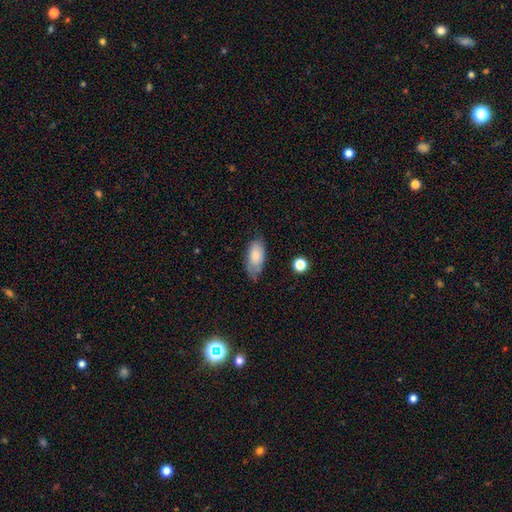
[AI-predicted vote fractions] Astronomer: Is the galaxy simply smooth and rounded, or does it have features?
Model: smooth — 76%.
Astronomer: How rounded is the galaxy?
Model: in between — 90%.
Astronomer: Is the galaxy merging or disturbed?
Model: none — 62%.